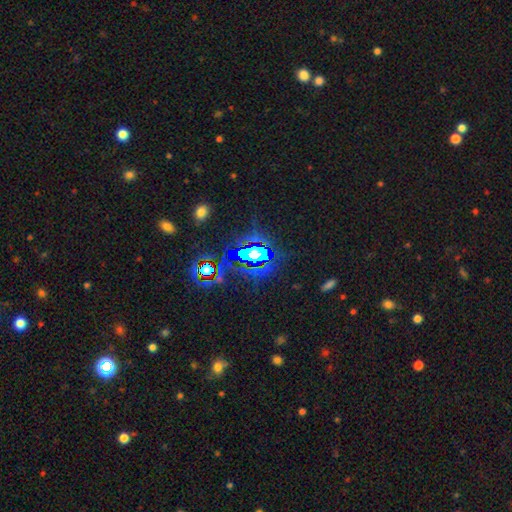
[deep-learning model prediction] Smooth or featured: star or artifact — 69% (featured or disk — 16%)